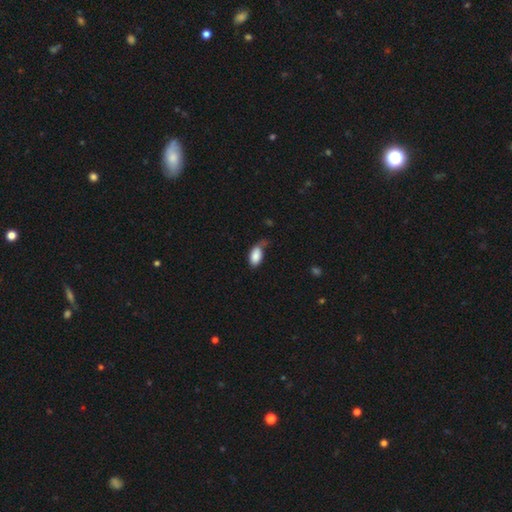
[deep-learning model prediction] Smooth or featured: smooth — 86% (star or artifact — 7%)
How rounded: in between — 93% (round — 4%)
Merging: none — 46% (minor disturbance — 35%)